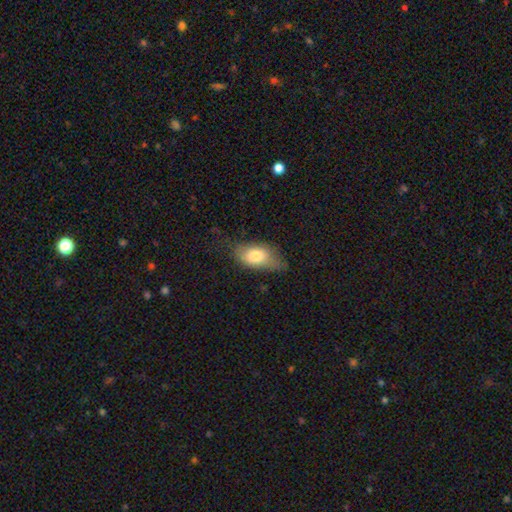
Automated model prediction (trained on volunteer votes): smooth 77%, featured or disk 16%, star or artifact 8%. Down the decision tree: how rounded — in between (89%); merging — none (54%).